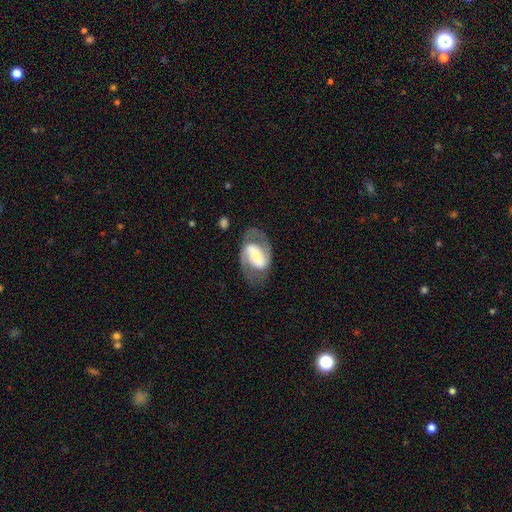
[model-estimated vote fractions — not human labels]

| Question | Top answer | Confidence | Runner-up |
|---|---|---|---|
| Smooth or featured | featured or disk | 81% | smooth (14%) |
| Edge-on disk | no | 97% | yes (3%) |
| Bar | strong | 56% | weak (30%) |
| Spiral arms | yes | 88% | no (12%) |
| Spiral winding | medium | 54% | tight (27%) |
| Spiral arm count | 2 | 89% | can't tell (5%) |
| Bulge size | small | 35% | tied: moderate (35%) |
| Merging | none | 71% | minor disturbance (16%) |